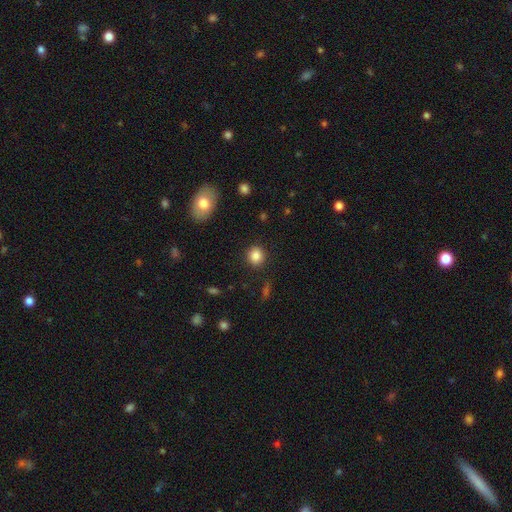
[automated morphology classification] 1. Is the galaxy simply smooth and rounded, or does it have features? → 86% smooth, 10% star or artifact, 5% featured or disk.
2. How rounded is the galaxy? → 82% round, 17% in between, 1% cigar-shaped.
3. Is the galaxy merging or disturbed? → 89% none, 7% minor disturbance, 3% major disturbance, 1% merger.